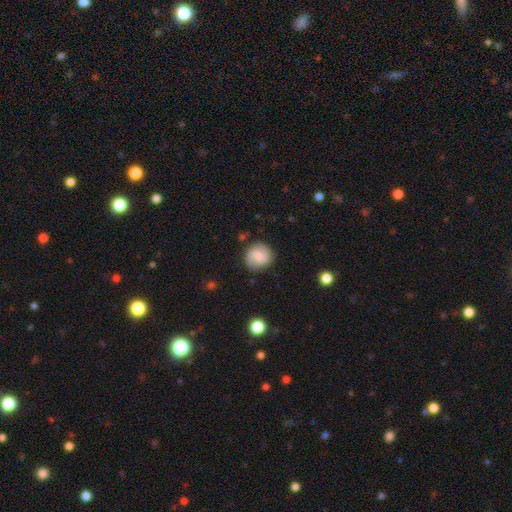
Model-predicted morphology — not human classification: type=featured or disk (47%); merging=none (80%).